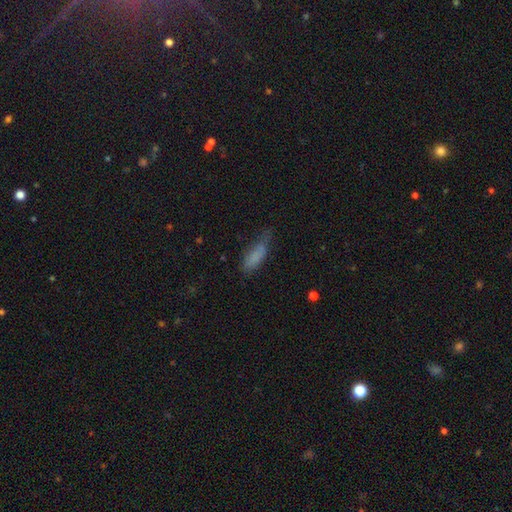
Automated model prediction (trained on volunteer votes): Morphology: type=smooth (77%); roundness=in between (55%); merging=none (47%).